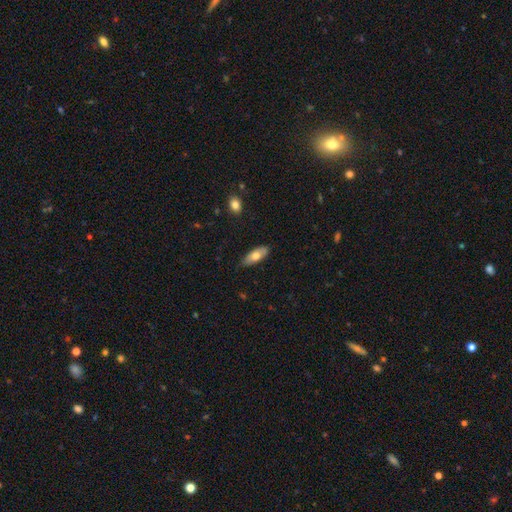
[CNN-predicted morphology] smooth_or_featured: smooth (p=0.68) [alt: featured or disk p=0.26]
how_rounded: in between (p=0.76) [alt: cigar-shaped p=0.22]
merging: none (p=0.82) [alt: minor disturbance p=0.15]